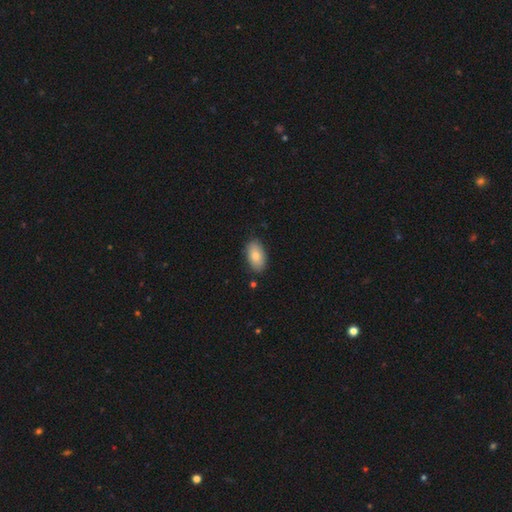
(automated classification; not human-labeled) This appears to be a smooth galaxy with no disk features (82%) that is in between round and cigar-shaped (94%). Merging: none (84%).